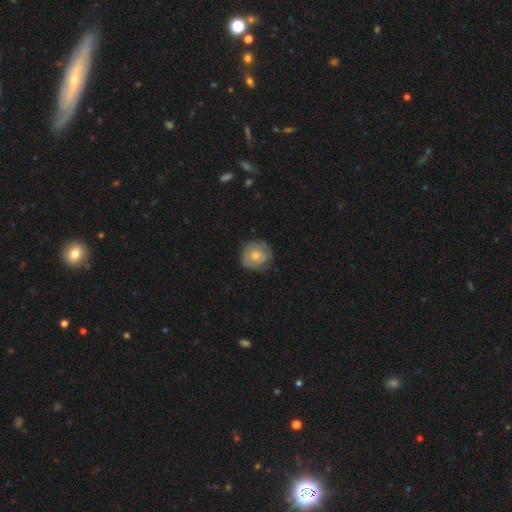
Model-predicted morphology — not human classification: Overall: smooth (53%; featured or disk 40%). How rounded: round (86%). Merging: none (71%).